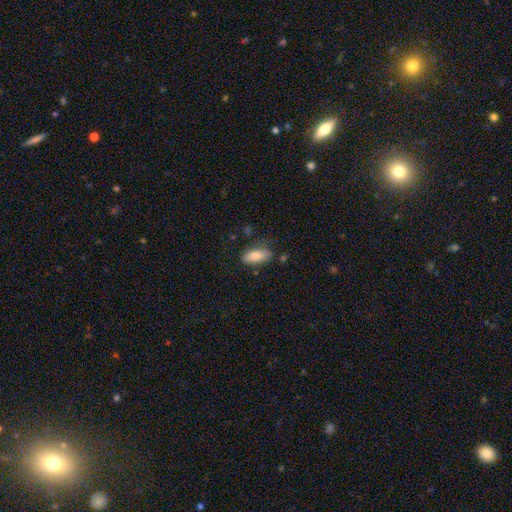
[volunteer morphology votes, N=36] smooth-or-featured: smooth: 83% | featured or disk: 11% | star or artifact: 6%
  how-rounded: in between: 87% | cigar-shaped: 13% | round: 0%
  merging: none: 68% | minor disturbance: 24% | merger: 6% | major disturbance: 3%